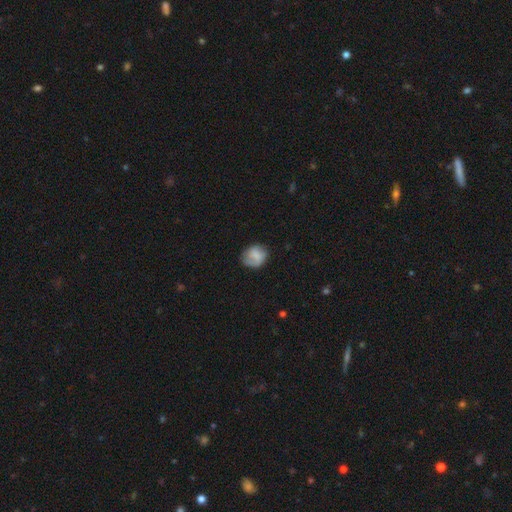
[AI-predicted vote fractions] Q: Smooth or featured?
A: smooth (69%); runner-up: featured or disk (23%)
Q: How rounded?
A: round (67%); runner-up: in between (32%)
Q: Merging?
A: none (65%); runner-up: minor disturbance (24%)